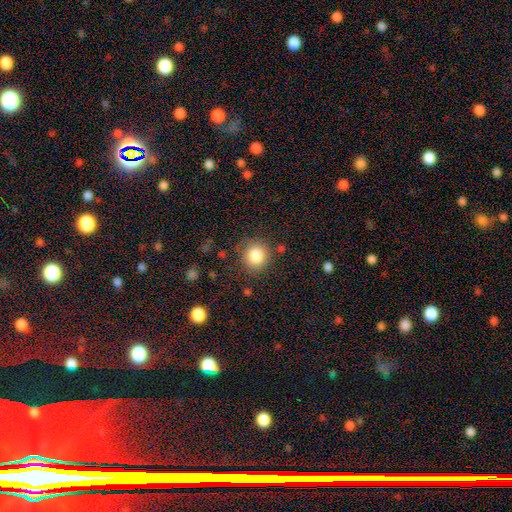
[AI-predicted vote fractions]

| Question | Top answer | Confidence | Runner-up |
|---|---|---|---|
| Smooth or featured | smooth | 83% | star or artifact (10%) |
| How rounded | round | 88% | in between (11%) |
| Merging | none | 82% | minor disturbance (11%) |